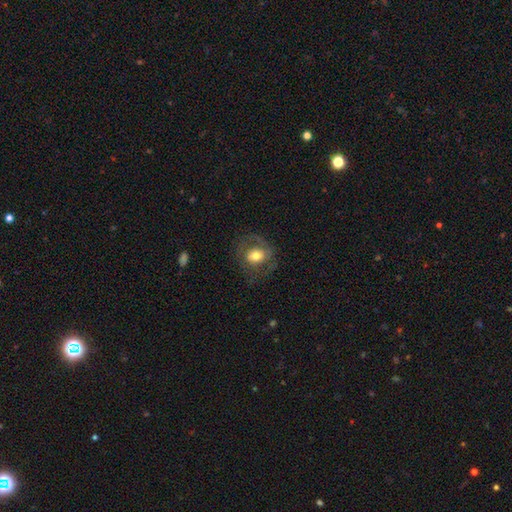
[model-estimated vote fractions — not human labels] This appears to be a smooth galaxy with no disk features (50%) that is round (61%). Merging: none (61%).